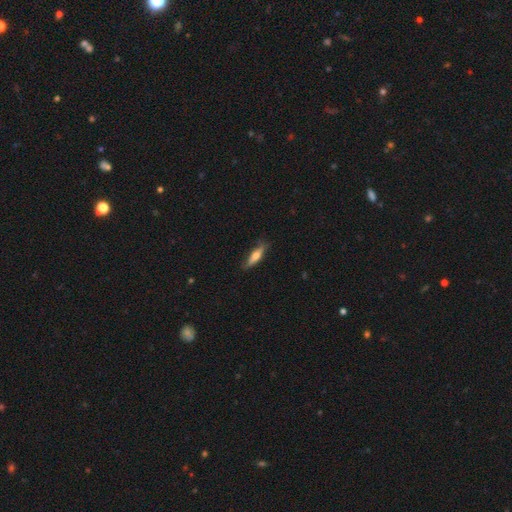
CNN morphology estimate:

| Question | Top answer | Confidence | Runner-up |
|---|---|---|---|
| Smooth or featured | smooth | 52% | featured or disk (42%) |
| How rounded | cigar-shaped | 69% | in between (29%) |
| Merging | none | 75% | minor disturbance (20%) |